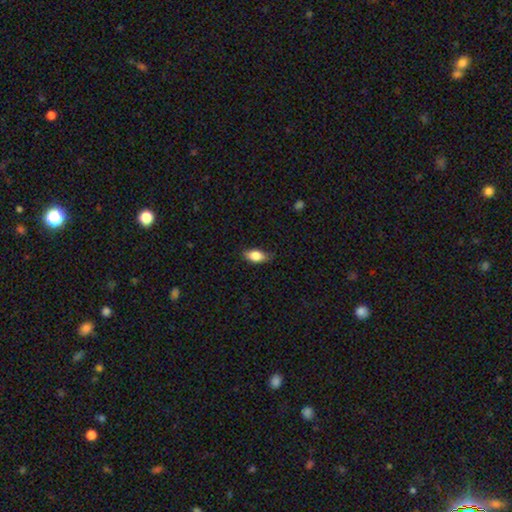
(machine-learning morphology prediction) Smooth or featured? smooth (83%)
How rounded? in between (88%)
Merging? none (78%)